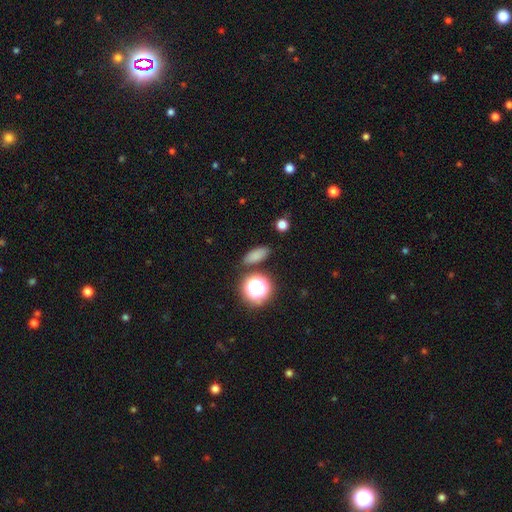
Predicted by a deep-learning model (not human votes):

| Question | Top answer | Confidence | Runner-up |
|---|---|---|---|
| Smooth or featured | smooth | 77% | star or artifact (16%) |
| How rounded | in between | 69% | round (16%) |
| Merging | none | 84% | minor disturbance (9%) |